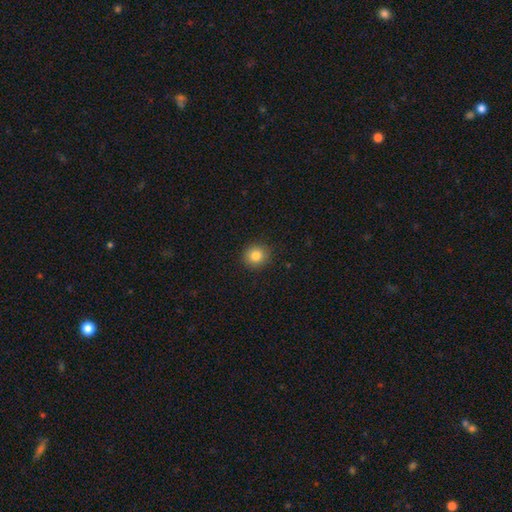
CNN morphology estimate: Overall: smooth (83%). How rounded: round (90%). Merging: none (91%).